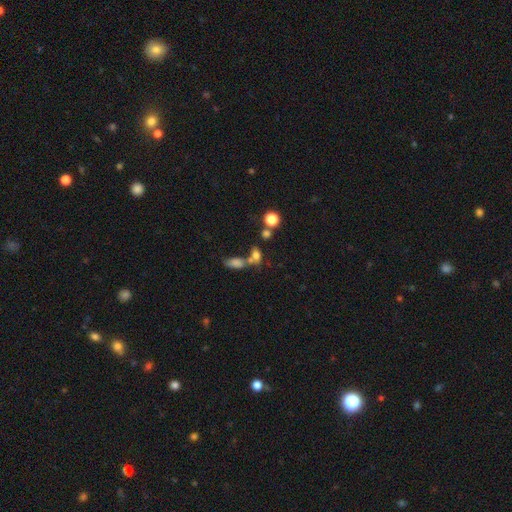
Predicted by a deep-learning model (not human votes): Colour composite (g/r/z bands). It shows a smooth galaxy with no disk features (71%) that is in between round and cigar-shaped (67%). Merging: merger (42%).